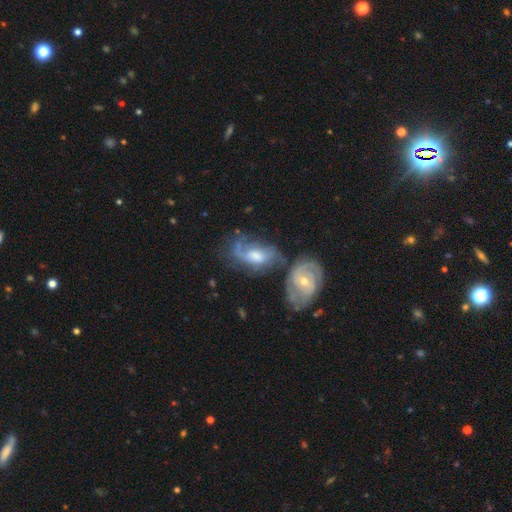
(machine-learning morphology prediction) featured or disk 73%, smooth 20%, star or artifact 7%. Down the decision tree: edge-on disk — no (95%); bar — no (52%); spiral arms — yes (87%); spiral arm count — 2 (47%); spiral winding — medium (43%); bulge size — moderate (53%); merging — merger (36%).